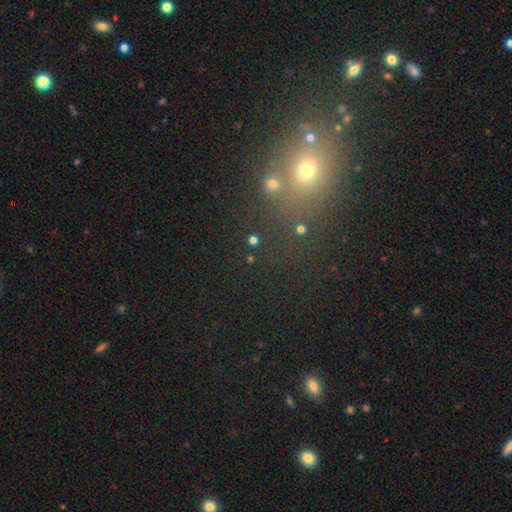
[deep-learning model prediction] Morphology: type=star or artifact (47%).